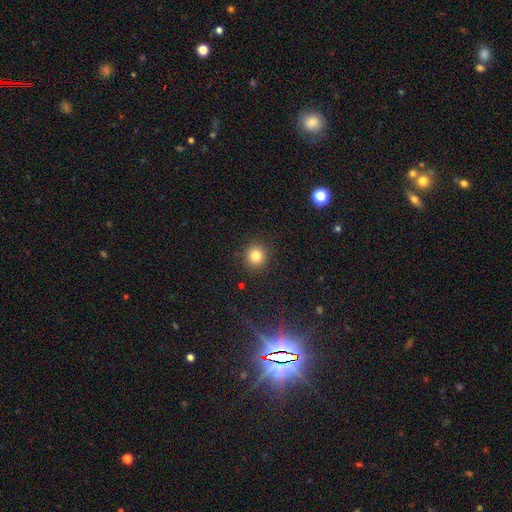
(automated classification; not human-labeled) smooth 83%, star or artifact 12%, featured or disk 6%. Down the decision tree: how rounded — round (88%); merging — none (90%).